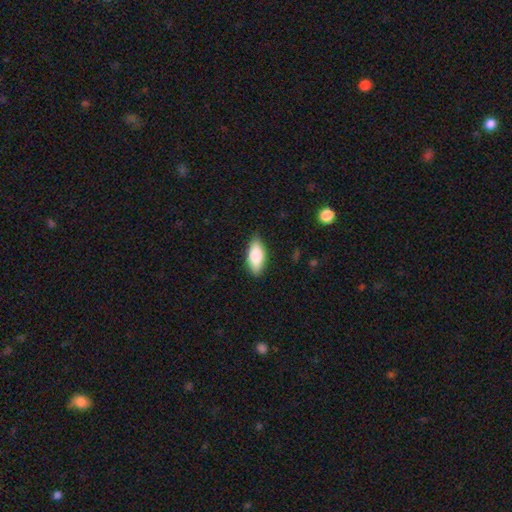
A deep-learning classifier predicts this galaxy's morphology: A smooth galaxy with no disk features (78%) that is in between round and cigar-shaped (85%). Merging: none (86%).